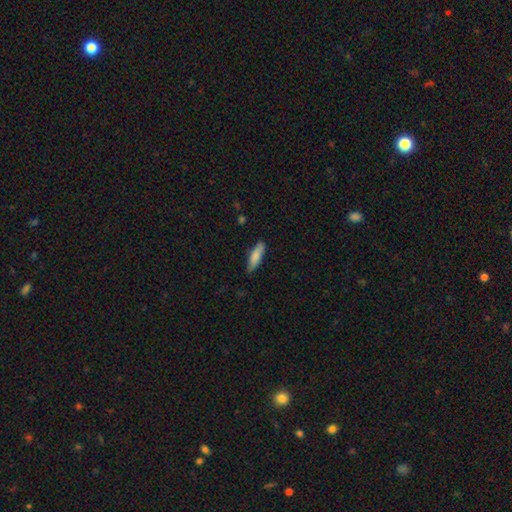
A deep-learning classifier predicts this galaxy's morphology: The model was most divided on "how rounded": cigar-shaped: 65%, in between: 33%, round: 2%. More confident: smooth or featured — smooth (82%); merging — none (79%).